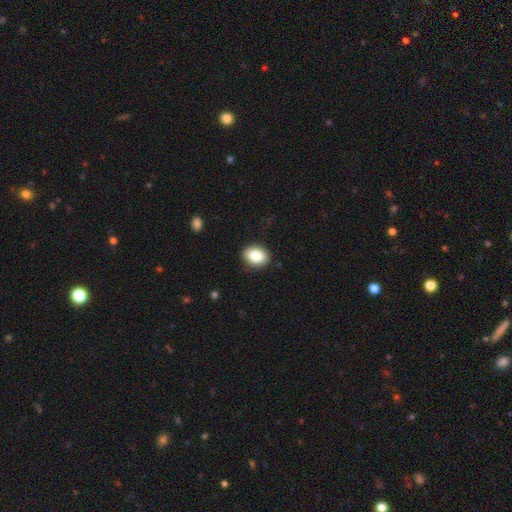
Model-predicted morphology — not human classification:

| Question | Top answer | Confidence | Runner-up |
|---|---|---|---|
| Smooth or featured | smooth | 85% | star or artifact (8%) |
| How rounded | in between | 72% | round (27%) |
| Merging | none | 87% | minor disturbance (9%) |